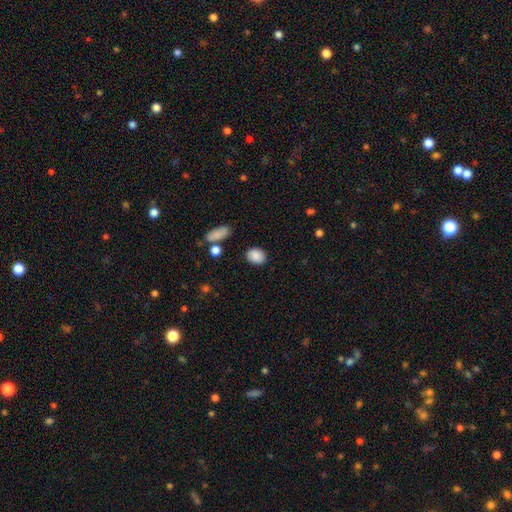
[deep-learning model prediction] Smooth or featured? smooth (86%)
How rounded? in between (60%)
Merging? none (83%)